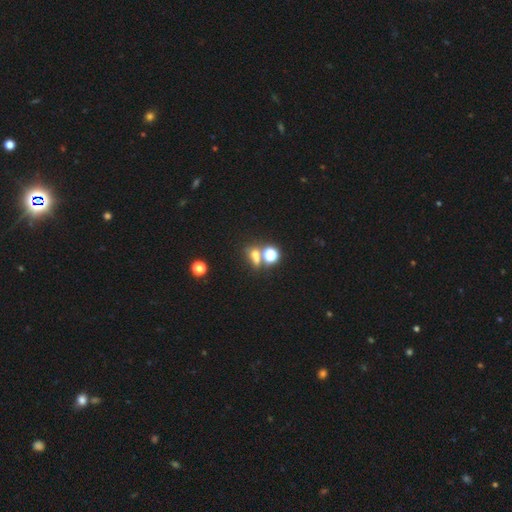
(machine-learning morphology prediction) Smooth or featured: smooth — 53% (star or artifact — 34%)
How rounded: round — 55% (in between — 38%)
Merging: none — 51% (merger — 31%)